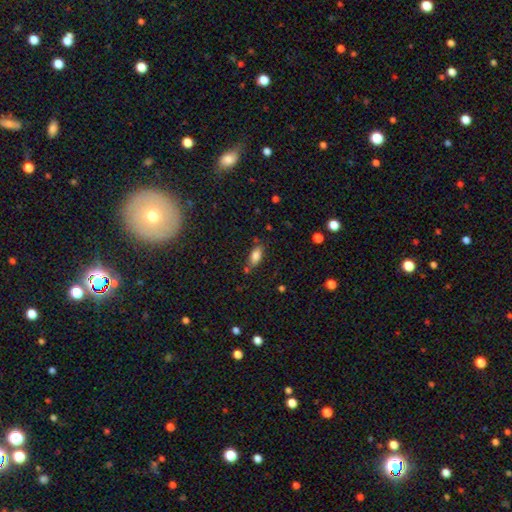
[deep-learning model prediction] This is clearly a smooth galaxy (80%). How rounded: clearly in between (86%). Merging: likely none (72%).